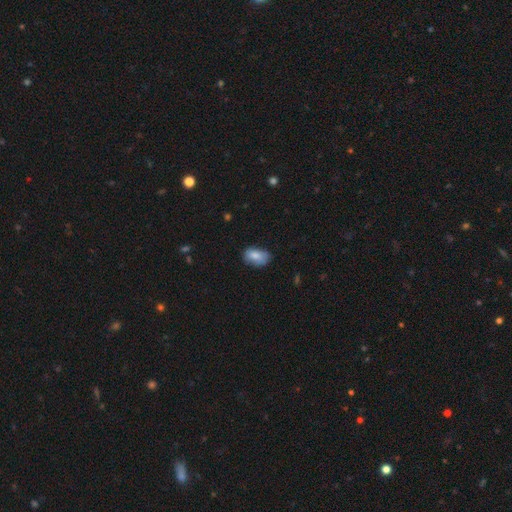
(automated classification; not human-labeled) smooth 81%, featured or disk 12%, star or artifact 7%. Down the decision tree: how rounded — in between (90%); merging — none (66%).